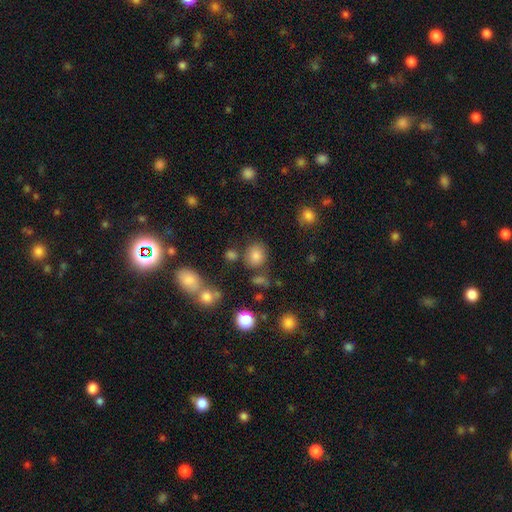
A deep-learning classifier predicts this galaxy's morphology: A smooth galaxy with no disk features (80%) that is round (73%). Merging: none (75%).